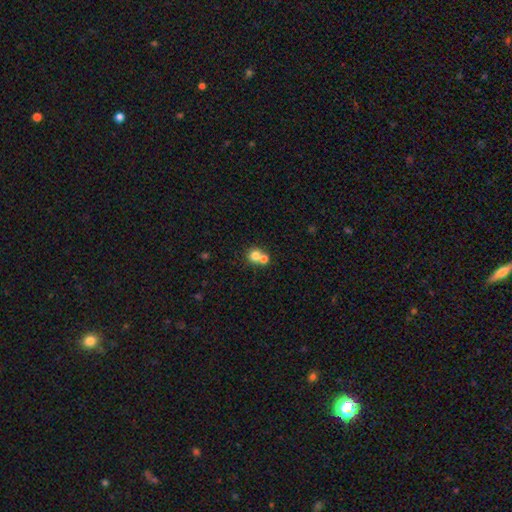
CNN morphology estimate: Smooth or featured? smooth (77%)
How rounded? round (84%)
Merging? merger (49%)